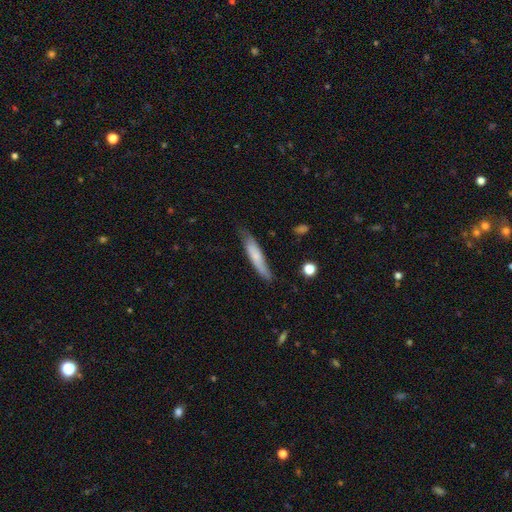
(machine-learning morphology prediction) A smooth galaxy with no disk features (67%) that is cigar-shaped (87%).

Vote fractions:
- Smooth or featured? smooth: 67% / featured or disk: 27% / star or artifact: 6%
- How rounded? cigar-shaped: 87% / in between: 11% / round: 1%
- Merging? none: 67% / minor disturbance: 26% / major disturbance: 5% / merger: 2%